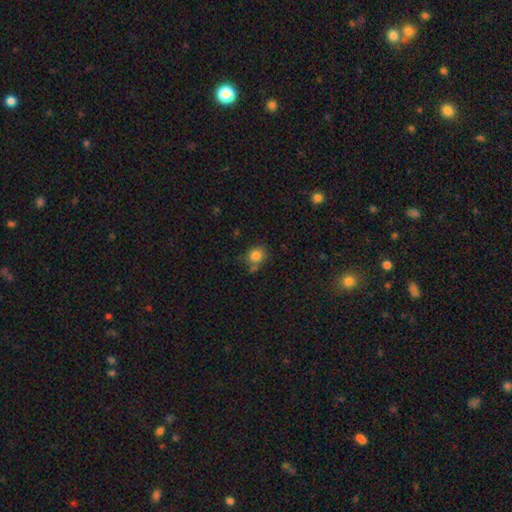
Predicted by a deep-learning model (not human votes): A smooth galaxy with no disk features (83%) that is round (70%).

Vote fractions:
- Smooth or featured? smooth: 83% / star or artifact: 11% / featured or disk: 7%
- How rounded? round: 70% / in between: 29% / cigar-shaped: 1%
- Merging? none: 64% / minor disturbance: 19% / merger: 11% / major disturbance: 5%